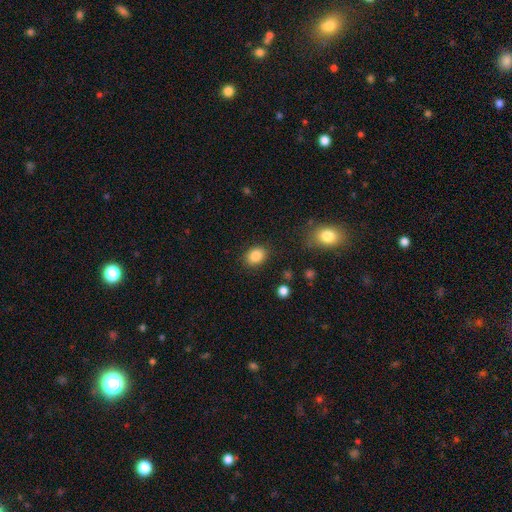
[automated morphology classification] Smooth or featured? smooth (86%)
How rounded? in between (59%)
Merging? none (86%)